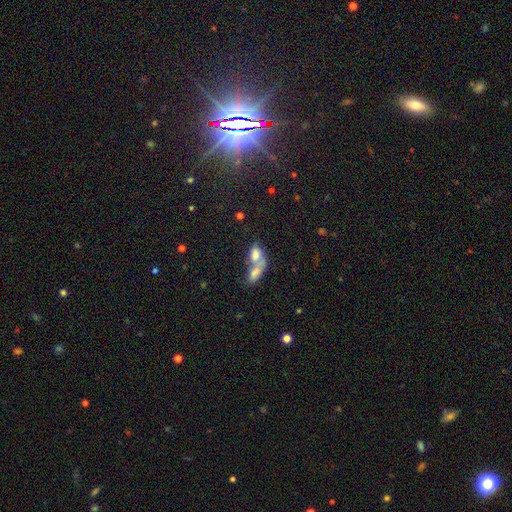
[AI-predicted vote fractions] Overall: smooth (69%). How rounded: in between (85%). Merging: merger (75%).